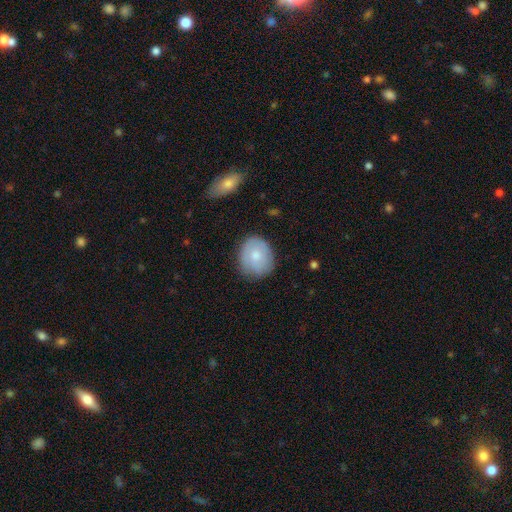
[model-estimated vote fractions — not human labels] The model was most divided on "how rounded": round: 69%, in between: 30%, cigar-shaped: 1%. More confident: merging — none (77%); smooth or featured — smooth (74%).